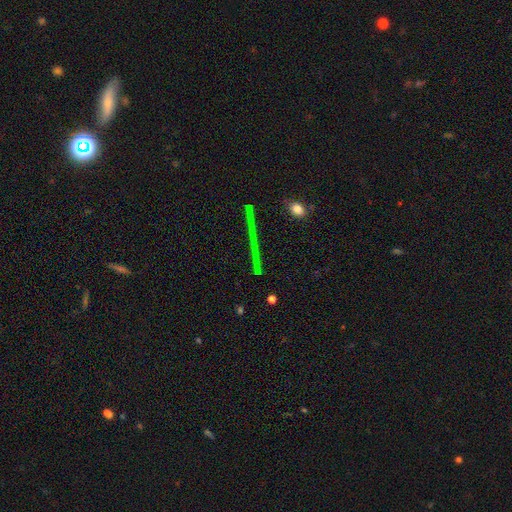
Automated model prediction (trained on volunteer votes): smooth-or-featured: featured or disk: 47% | star or artifact: 31% | smooth: 22%
  merging: none: 89% | minor disturbance: 5% | merger: 3% | major disturbance: 2%